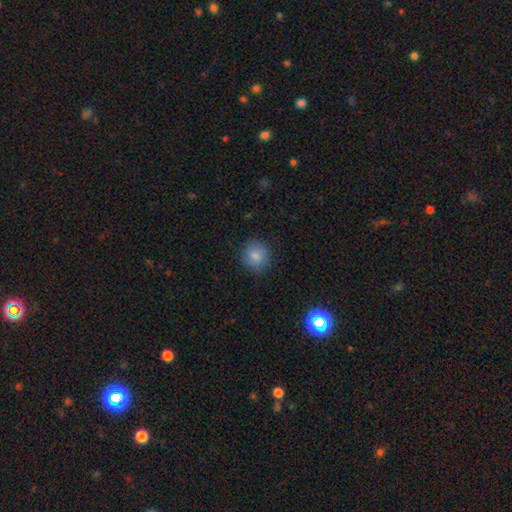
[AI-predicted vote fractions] Overall: smooth (85%). How rounded: round (87%). Merging: none (86%).